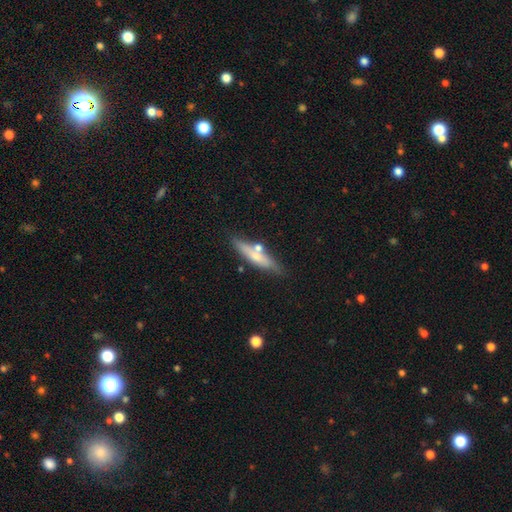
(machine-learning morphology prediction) smooth_or_featured: smooth (p=0.53) [alt: featured or disk p=0.40]
how_rounded: cigar-shaped (p=0.80) [alt: in between p=0.18]
merging: none (p=0.69) [alt: minor disturbance p=0.15]